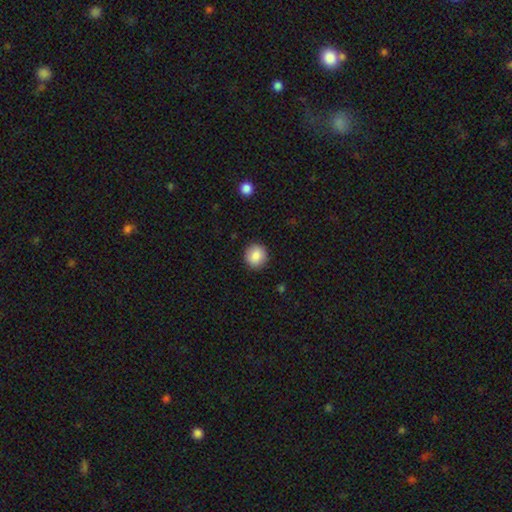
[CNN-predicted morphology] This appears to be a smooth galaxy with no disk features (87%) that is round (92%). Merging: none (91%).